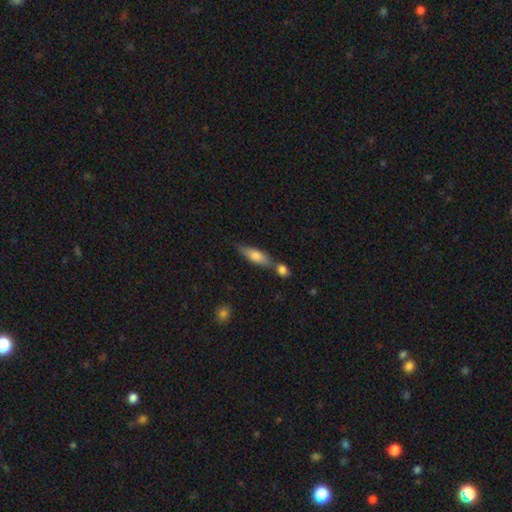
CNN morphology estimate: Q: Smooth or featured?
A: smooth (65%); runner-up: featured or disk (28%)
Q: How rounded?
A: cigar-shaped (54%); runner-up: in between (43%)
Q: Merging?
A: none (52%); runner-up: merger (30%)